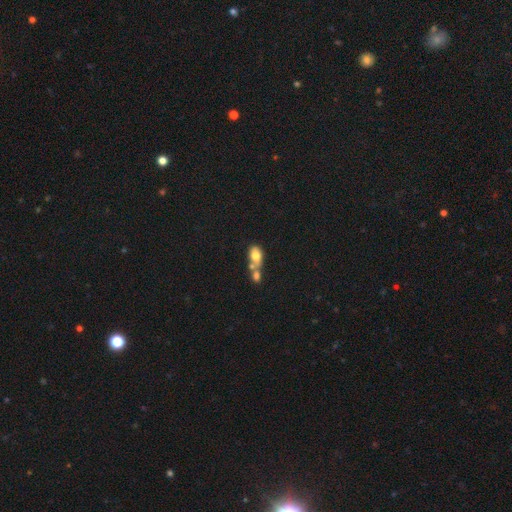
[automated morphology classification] Smooth or featured?
  - smooth: 72% *
  - featured or disk: 20%
  - star or artifact: 8%
How rounded?
  - in between: 78% *
  - round: 18%
  - cigar-shaped: 3%
Merging?
  - merger: 65% *
  - none: 21%
  - minor disturbance: 9%
  - major disturbance: 5%